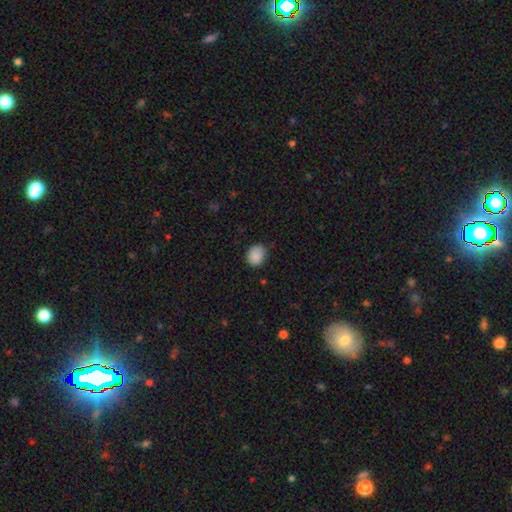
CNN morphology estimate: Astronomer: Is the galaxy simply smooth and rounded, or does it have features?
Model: smooth — 87%.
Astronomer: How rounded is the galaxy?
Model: round — 55% (runner-up: in between, 44%).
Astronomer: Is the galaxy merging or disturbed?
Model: none — 74%.